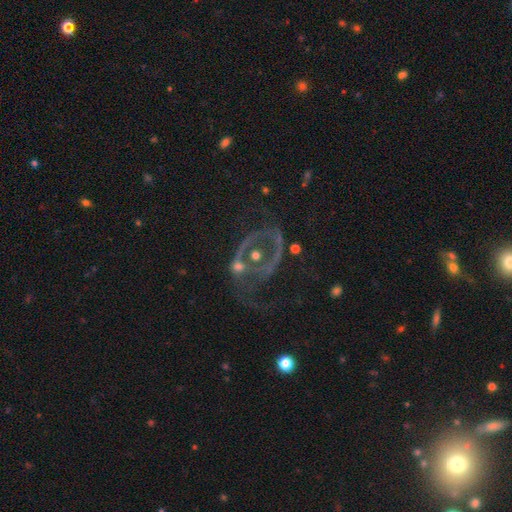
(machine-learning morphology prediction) Smooth or featured: featured or disk — 67% (smooth — 18%)
Edge-on disk: no — 96% (yes — 4%)
Bar: no — 83% (weak — 11%)
Spiral arms: no — 67% (yes — 33%)
Bulge size: moderate — 55% (small — 24%)
Merging: none — 34% (major disturbance — 33%)